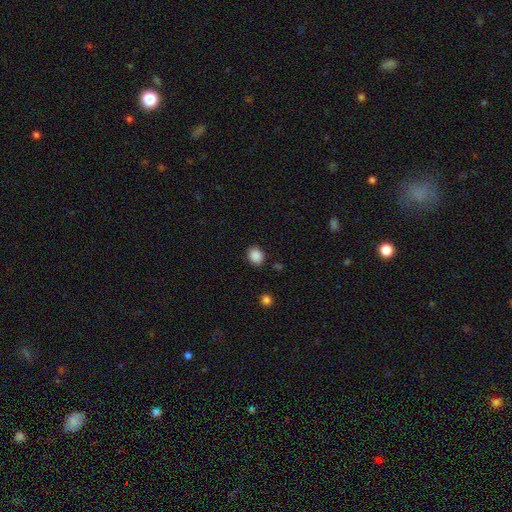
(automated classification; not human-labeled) smooth_or_featured: smooth (p=0.88) [alt: star or artifact p=0.10]
how_rounded: round (p=0.59) [alt: in between p=0.40]
merging: none (p=0.85) [alt: minor disturbance p=0.10]